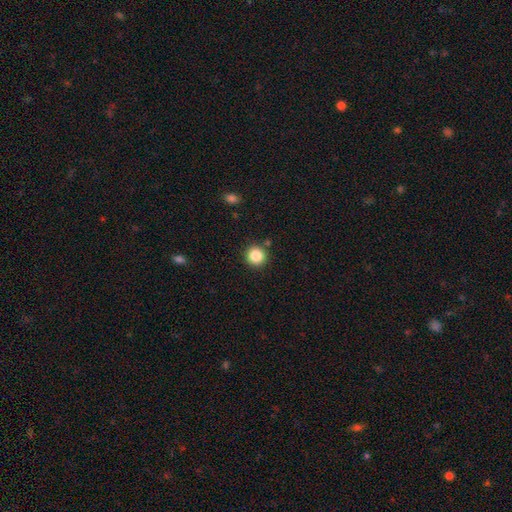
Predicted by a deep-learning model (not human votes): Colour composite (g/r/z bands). It shows a smooth galaxy with no disk features (86%) that is round (94%). Merging: none (89%).